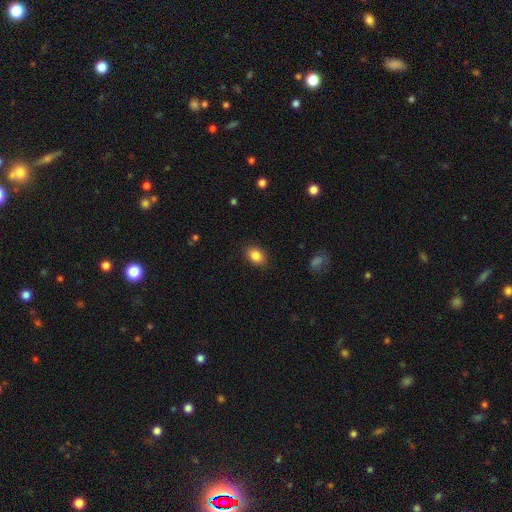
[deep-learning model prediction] Smooth or featured? smooth (86%)
How rounded? in between (75%)
Merging? none (88%)